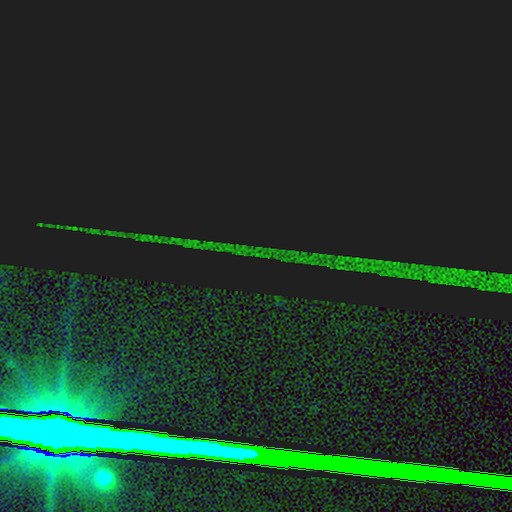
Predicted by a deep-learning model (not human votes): The model was most divided on "smooth or featured": star or artifact: 88%, featured or disk: 6%, smooth: 6%.